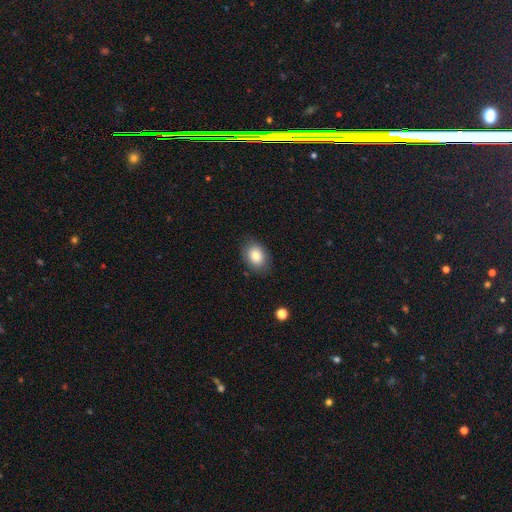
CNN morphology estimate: Smooth or featured? Predicted: smooth (p=0.82). How rounded? Predicted: in between (p=0.76). Merging? Predicted: none (p=0.83).